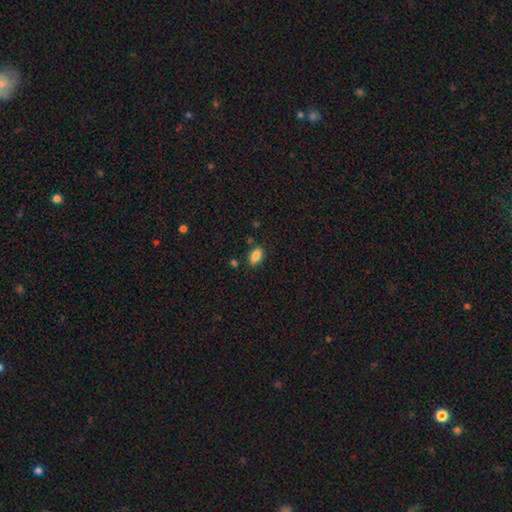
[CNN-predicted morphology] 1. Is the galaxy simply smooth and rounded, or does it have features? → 84% smooth, 9% star or artifact, 7% featured or disk.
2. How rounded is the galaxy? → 90% in between, 7% round, 4% cigar-shaped.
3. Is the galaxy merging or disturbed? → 82% none, 12% minor disturbance, 4% merger, 3% major disturbance.